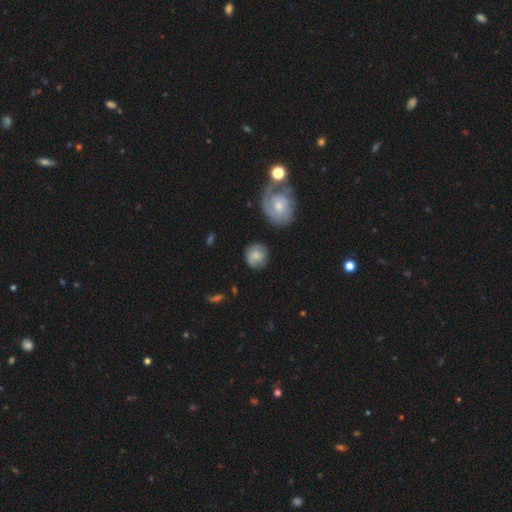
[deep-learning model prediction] Smooth or featured?
  - smooth: 68% *
  - featured or disk: 24%
  - star or artifact: 7%
How rounded?
  - round: 86% *
  - in between: 13%
  - cigar-shaped: 1%
Merging?
  - none: 77% *
  - minor disturbance: 15%
  - major disturbance: 4%
  - merger: 4%